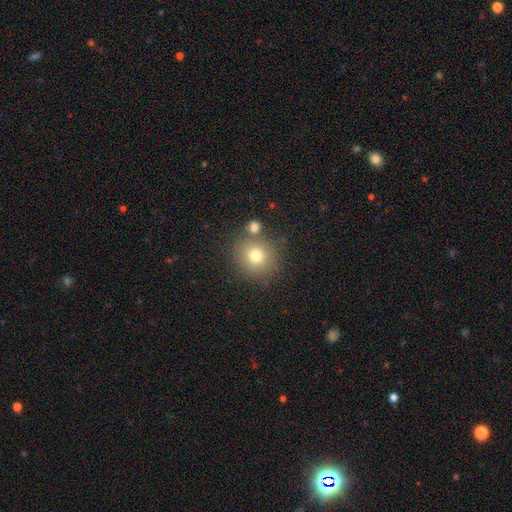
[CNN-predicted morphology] Q: Smooth or featured?
A: smooth (74%); runner-up: star or artifact (14%)
Q: How rounded?
A: round (89%); runner-up: in between (10%)
Q: Merging?
A: none (74%); runner-up: merger (13%)